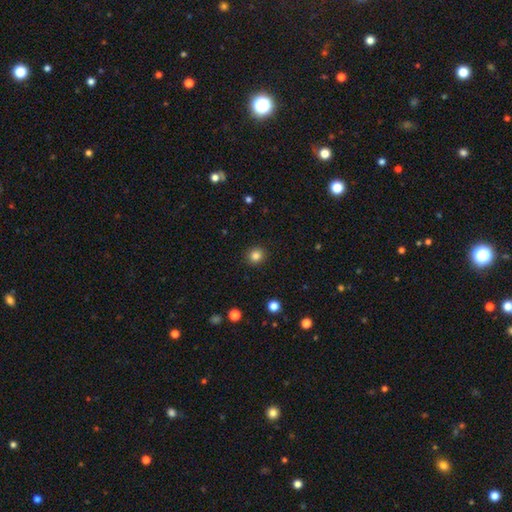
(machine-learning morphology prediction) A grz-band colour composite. It shows a smooth galaxy with no disk features (84%) that is round (87%). Merging: none (92%).